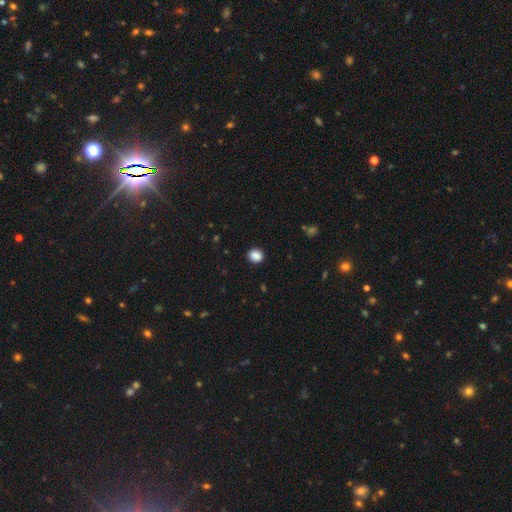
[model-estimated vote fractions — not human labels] Smooth or featured: smooth — 88% (star or artifact — 9%)
How rounded: round — 68% (in between — 31%)
Merging: none — 90% (minor disturbance — 7%)